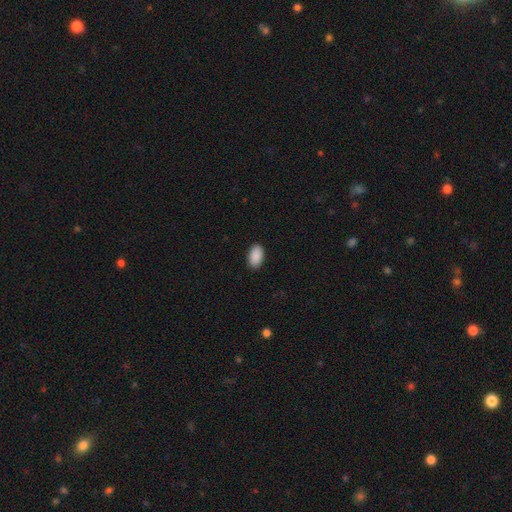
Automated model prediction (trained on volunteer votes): This appears to be a smooth galaxy with no disk features (91%) that is in between round and cigar-shaped (94%). Merging: none (89%).